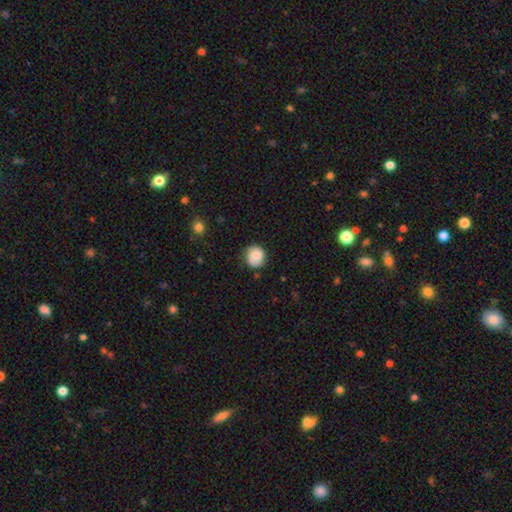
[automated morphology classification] smooth 70%, featured or disk 22%, star or artifact 8%. Down the decision tree: how rounded — round (83%); merging — none (72%).